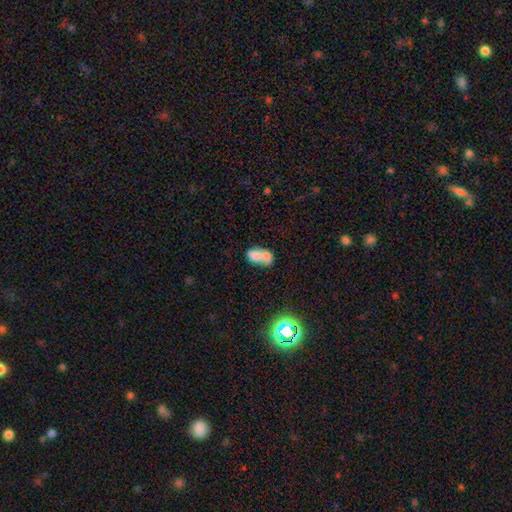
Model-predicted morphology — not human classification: A smooth galaxy with no disk features (61%) that is in between round and cigar-shaped (85%). Merging: merger (49%).